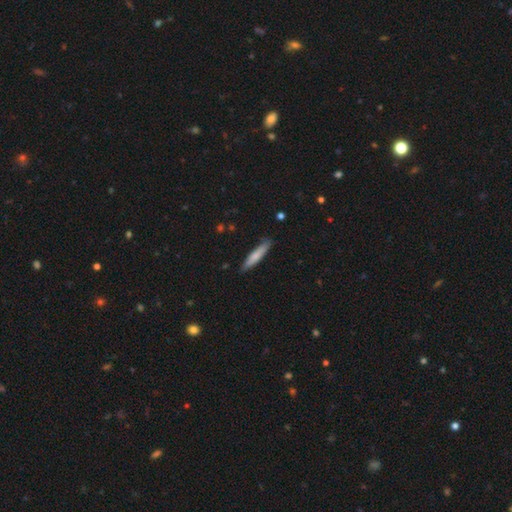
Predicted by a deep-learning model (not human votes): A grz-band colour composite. It shows a smooth galaxy with no disk features (71%) that is cigar-shaped (90%). Merging: none (86%).